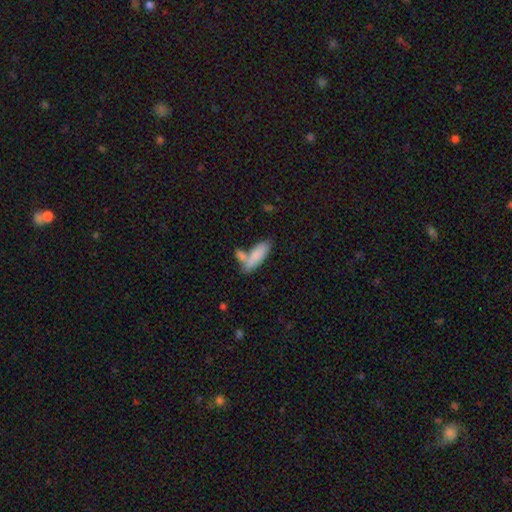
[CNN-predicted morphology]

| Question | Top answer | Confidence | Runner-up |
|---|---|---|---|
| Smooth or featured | smooth | 81% | featured or disk (12%) |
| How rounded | in between | 56% | cigar-shaped (42%) |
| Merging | none | 48% | merger (33%) |